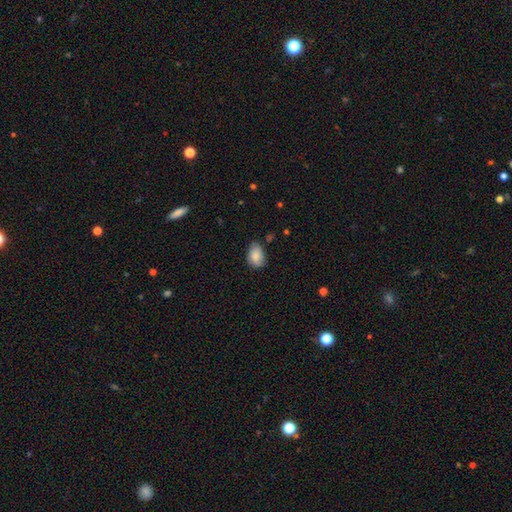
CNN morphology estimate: The model was most divided on "merging": none: 63%, minor disturbance: 30%, major disturbance: 5%, merger: 2%. More confident: smooth or featured — smooth (83%); how rounded — in between (80%).